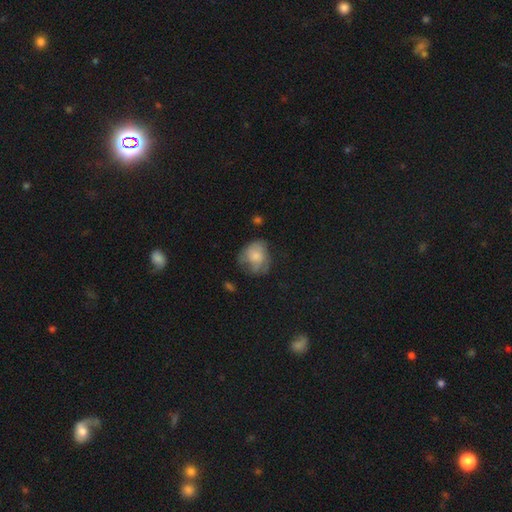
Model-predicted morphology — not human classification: smooth_or_featured: smooth (p=0.64) [alt: featured or disk p=0.27]
how_rounded: round (p=0.63) [alt: in between p=0.36]
merging: none (p=0.45) [alt: minor disturbance p=0.31]